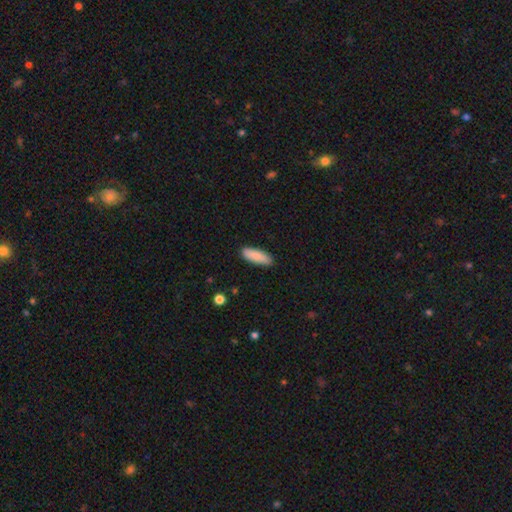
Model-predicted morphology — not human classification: Overall: smooth (86%). How rounded: in between (57%; cigar-shaped 41%). Merging: none (87%).